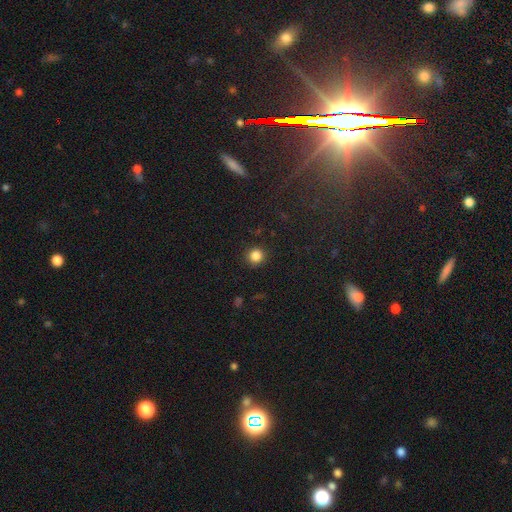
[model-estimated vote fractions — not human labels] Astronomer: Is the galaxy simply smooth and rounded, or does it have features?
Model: smooth — 85%.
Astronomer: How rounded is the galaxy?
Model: round — 94%.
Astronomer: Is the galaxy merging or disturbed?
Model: none — 91%.